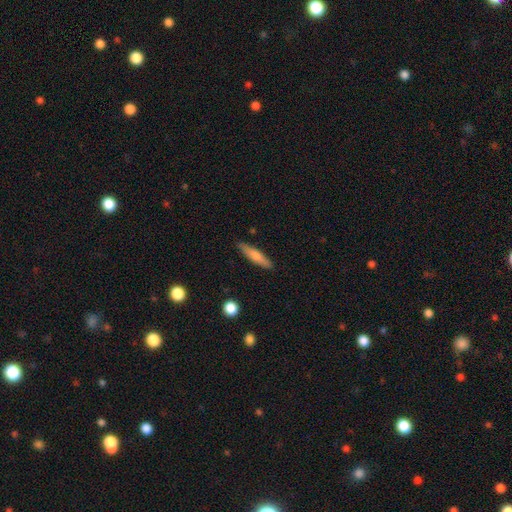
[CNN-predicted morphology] The model was most divided on "smooth or featured": smooth: 70%, featured or disk: 24%, star or artifact: 6%. More confident: merging — none (87%); how rounded — cigar-shaped (83%).